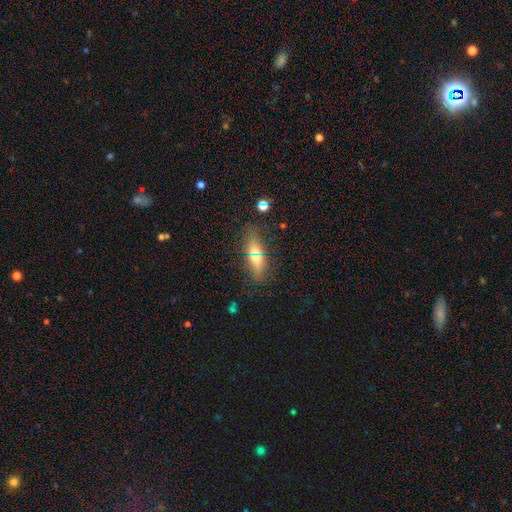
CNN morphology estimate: This appears to be a smooth galaxy with no disk features (62%) that is in between round and cigar-shaped (63%). Merging: none (83%).